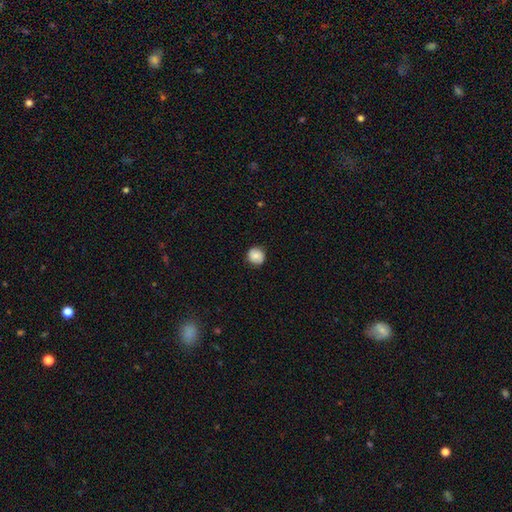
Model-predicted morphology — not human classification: type=smooth (83%); roundness=round (90%); merging=none (85%).